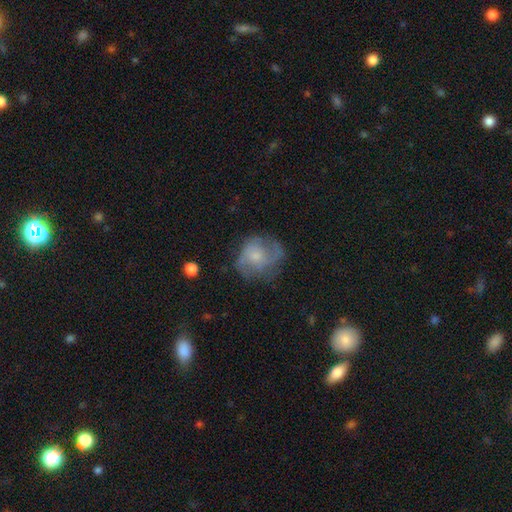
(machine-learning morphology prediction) featured or disk 54%, smooth 38%, star or artifact 8%. Down the decision tree: edge-on disk — no (98%); bar — no (76%); spiral arms — yes (77%); bulge size — small (42%); merging — none (52%).